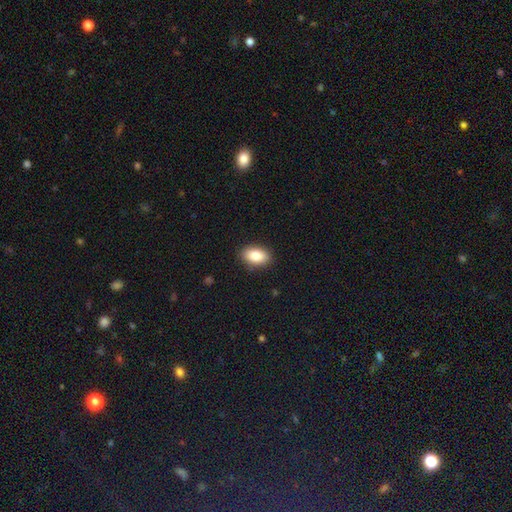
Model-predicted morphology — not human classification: This appears to be a smooth galaxy with no disk features (85%) that is in between round and cigar-shaped (89%). Merging: none (89%).